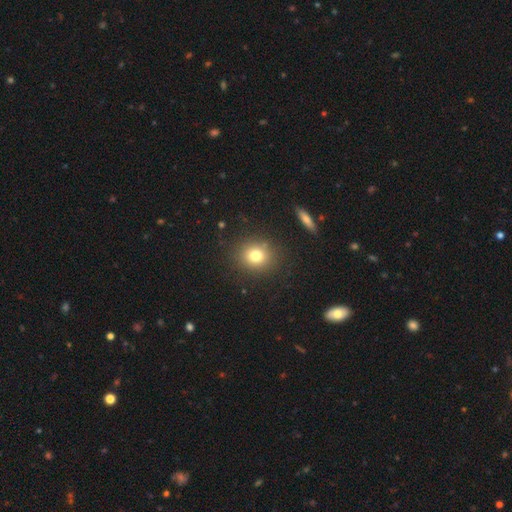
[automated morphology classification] smooth 77%, star or artifact 13%, featured or disk 10%. Down the decision tree: how rounded — round (80%); merging — none (87%).